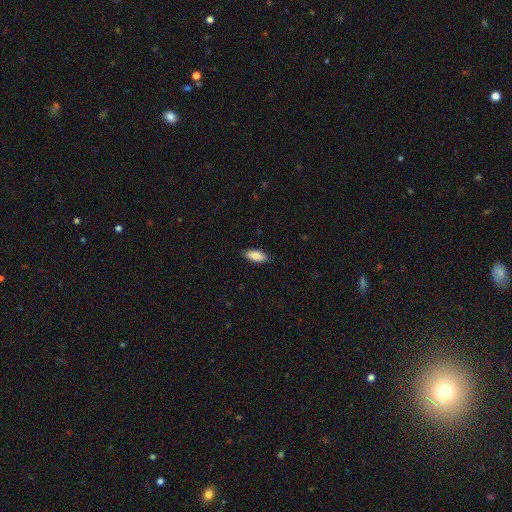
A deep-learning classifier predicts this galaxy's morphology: Smooth or featured? Predicted: smooth (p=0.89). How rounded? Predicted: in between (p=0.82). Merging? Predicted: none (p=0.87).